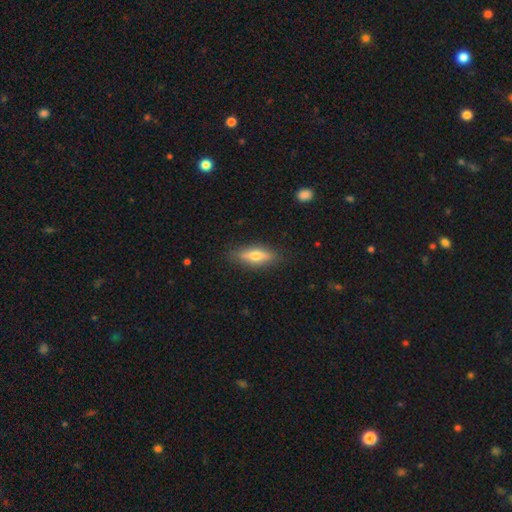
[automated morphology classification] smooth_or_featured: smooth (p=0.49) [alt: featured or disk p=0.44]
merging: none (p=0.86) [alt: minor disturbance p=0.10]